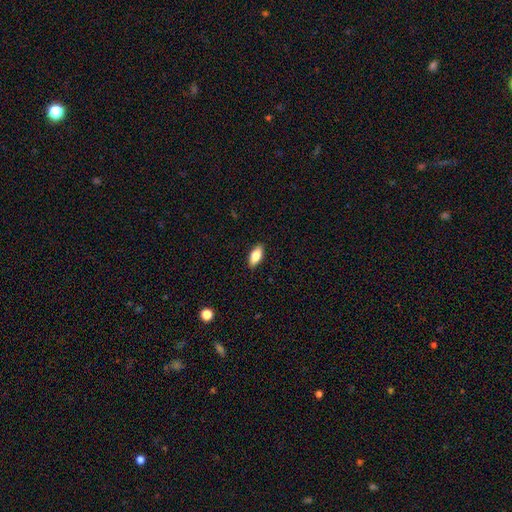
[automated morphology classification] type=smooth (82%); roundness=in between (88%); merging=none (89%).